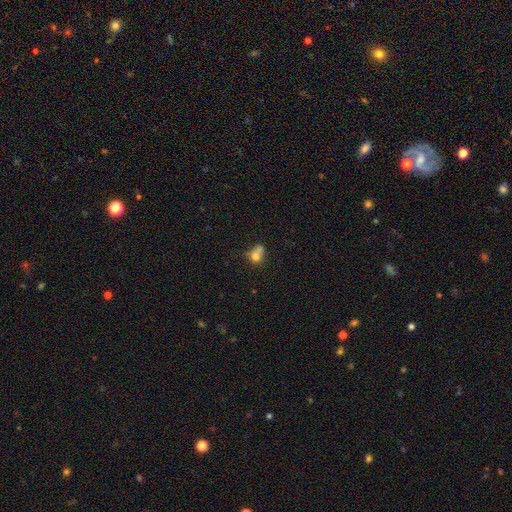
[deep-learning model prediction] Smooth or featured? smooth (71%)
How rounded? round (52%)
Merging? none (33%)